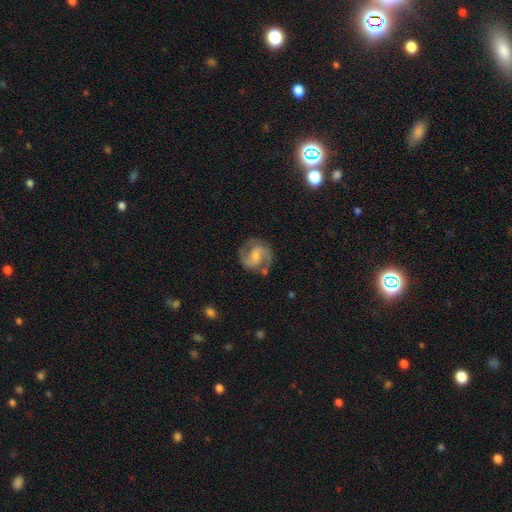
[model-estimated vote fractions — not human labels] Smooth or featured? Predicted: featured or disk (p=0.81). Edge-on disk? Predicted: no (p=0.98). Bar? Predicted: weak (p=0.48). Spiral arms? Predicted: yes (p=0.95). Spiral winding? Predicted: medium (p=0.55). Spiral arm count? Predicted: 2 (p=0.88). Bulge size? Predicted: small (p=0.48). Merging? Predicted: none (p=0.75).